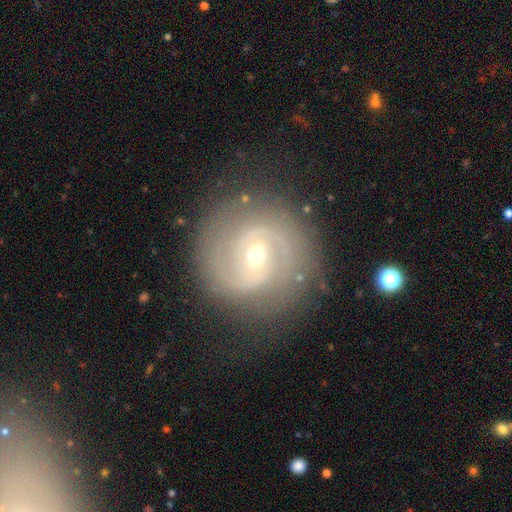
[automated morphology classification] featured or disk 86%, smooth 8%, star or artifact 6%. Down the decision tree: edge-on disk — no (98%); bar — weak (47%); spiral arms — yes (96%); spiral arm count — 2 (84%); spiral winding — tight (45%); bulge size — small (56%); merging — none (80%).